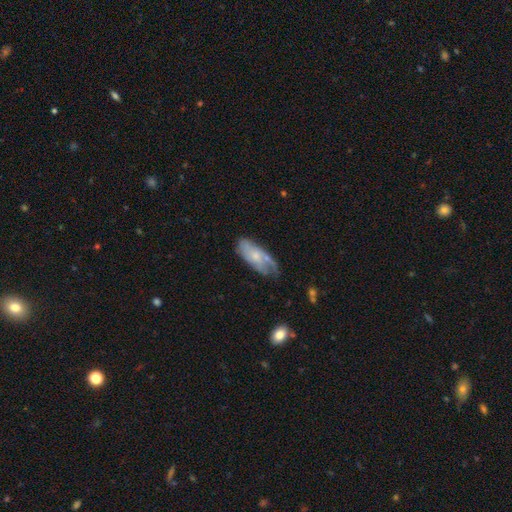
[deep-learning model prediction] This appears to be a smooth galaxy with no disk features (48%). Merging: none (44%).